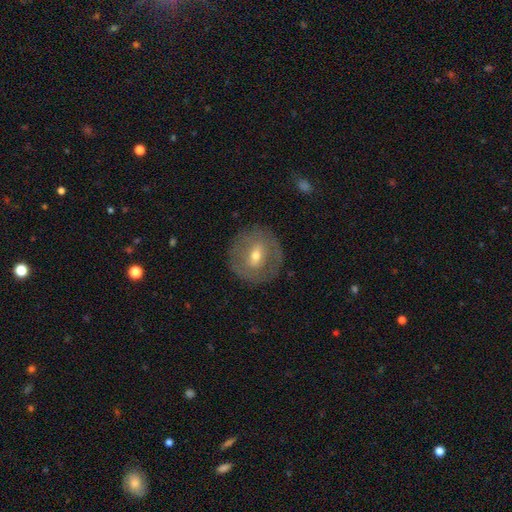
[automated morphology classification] A featured or disk galaxy (56%) with a weak bar (46%), no spiral arms (67%) and a moderate central bulge (57%).

Vote fractions:
- Smooth or featured? featured or disk: 56% / smooth: 36% / star or artifact: 8%
- Edge-on disk? no: 93% / yes: 7%
- Bar? weak: 46% / no: 30% / strong: 24%
- Spiral arms? no: 67% / yes: 33%
- Bulge size? moderate: 57% / small: 38% / large: 3% / none: 1% / dominant: 1%
- Merging? none: 83% / minor disturbance: 11% / major disturbance: 5% / merger: 1%